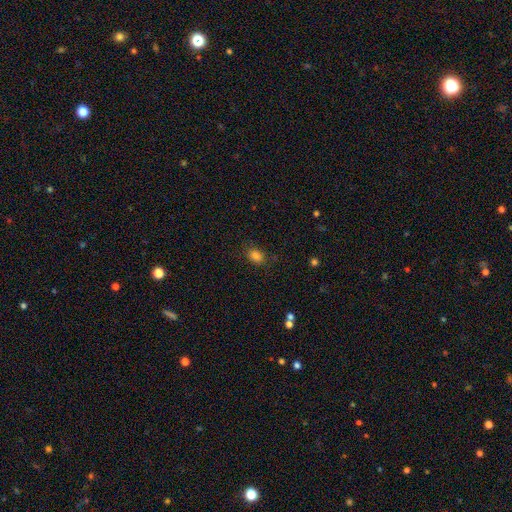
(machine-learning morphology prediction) smooth 81%, star or artifact 13%, featured or disk 6%. Down the decision tree: how rounded — in between (65%); merging — none (78%).